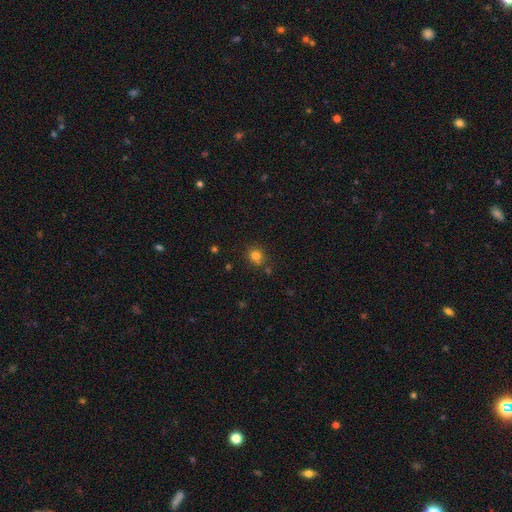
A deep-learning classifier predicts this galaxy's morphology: Smooth or featured?
  - smooth: 81% *
  - star or artifact: 14%
  - featured or disk: 6%
How rounded?
  - round: 80% *
  - in between: 19%
  - cigar-shaped: 1%
Merging?
  - none: 74% *
  - minor disturbance: 14%
  - merger: 7%
  - major disturbance: 4%